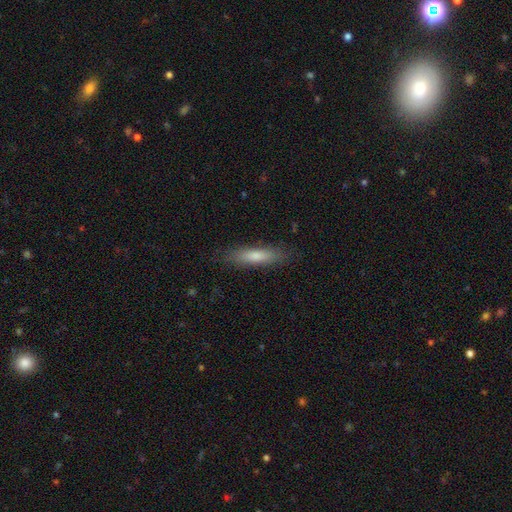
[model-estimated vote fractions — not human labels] smooth 71%, featured or disk 22%, star or artifact 7%. Down the decision tree: how rounded — cigar-shaped (81%); merging — none (84%).